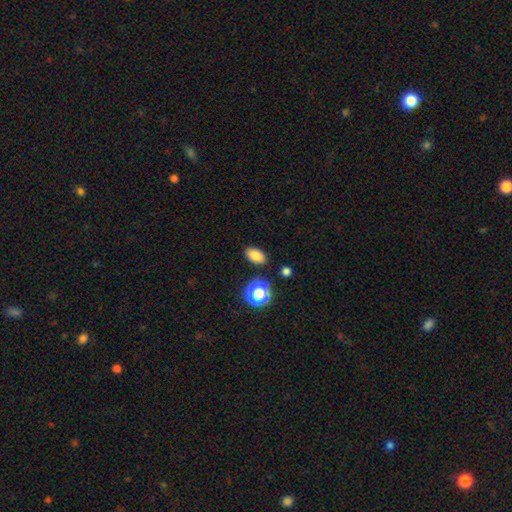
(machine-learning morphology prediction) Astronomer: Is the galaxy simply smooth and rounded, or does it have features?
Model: smooth — 82%.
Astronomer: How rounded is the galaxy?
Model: in between — 87%.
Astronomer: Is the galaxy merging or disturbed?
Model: none — 86%.